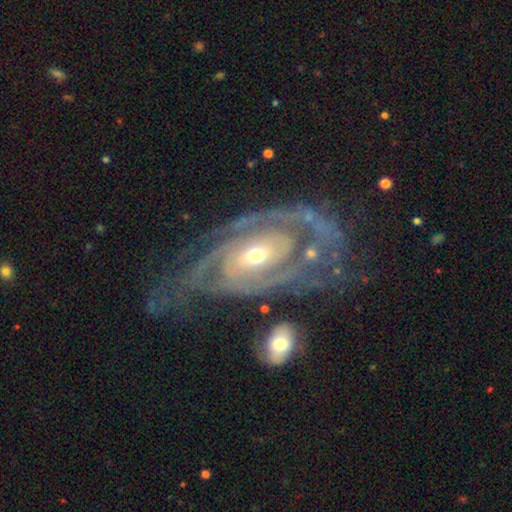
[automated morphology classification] Smooth or featured? Predicted: featured or disk (p=0.90). Edge-on disk? Predicted: no (p=0.95). Bar? Predicted: no (p=0.60). Spiral arms? Predicted: yes (p=0.94). Spiral winding? Predicted: tight (p=0.63). Spiral arm count? Predicted: 2 (p=0.51). Bulge size? Predicted: moderate (p=0.51). Merging? Predicted: none (p=0.58).